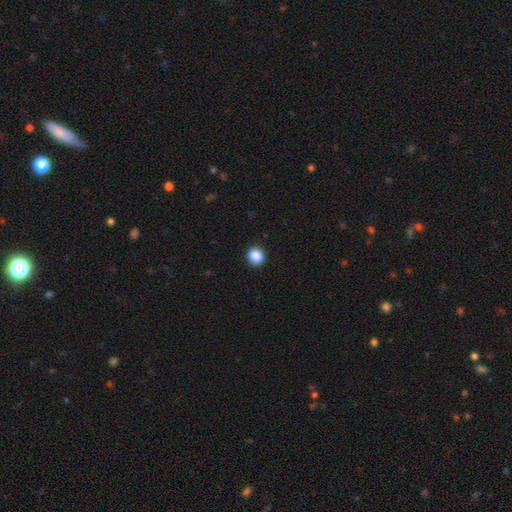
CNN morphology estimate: Smooth or featured: smooth — 88% (star or artifact — 9%)
How rounded: round — 86% (in between — 13%)
Merging: none — 92% (minor disturbance — 5%)